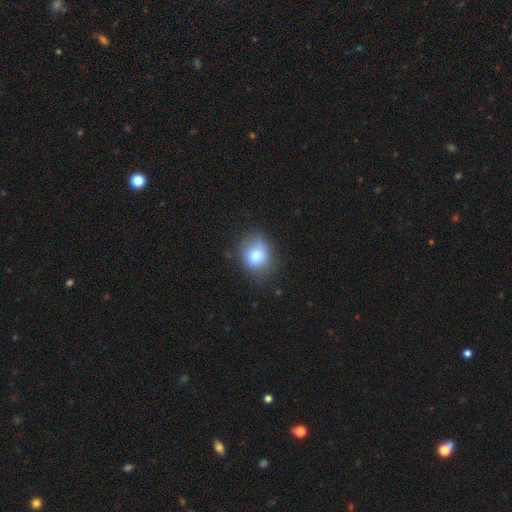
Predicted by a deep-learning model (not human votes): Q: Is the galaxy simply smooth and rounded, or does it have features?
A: smooth — 77%.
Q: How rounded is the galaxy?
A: in between — 50%.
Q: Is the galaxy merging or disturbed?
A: none — 65%.